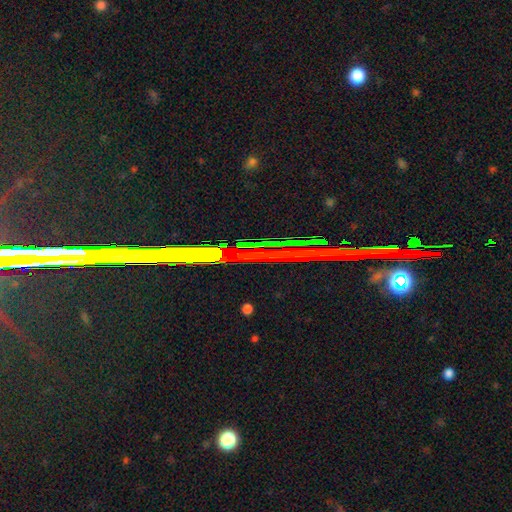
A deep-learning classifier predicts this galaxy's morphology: Smooth or featured: star or artifact — 71% (featured or disk — 19%)